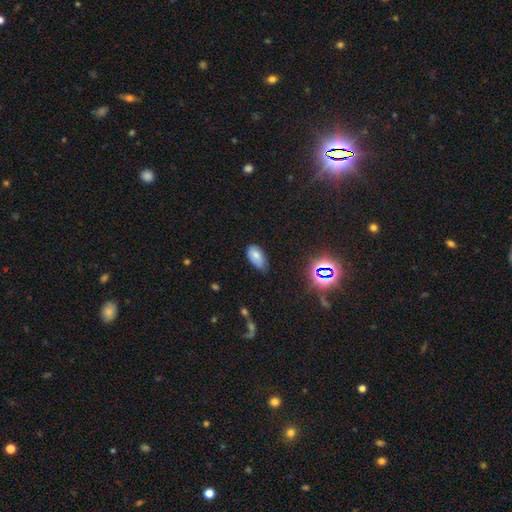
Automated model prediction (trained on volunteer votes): smooth-or-featured: smooth: 75% | star or artifact: 13% | featured or disk: 12%
  how-rounded: in between: 94% | round: 4% | cigar-shaped: 2%
  merging: none: 53% | minor disturbance: 38% | major disturbance: 7% | merger: 2%